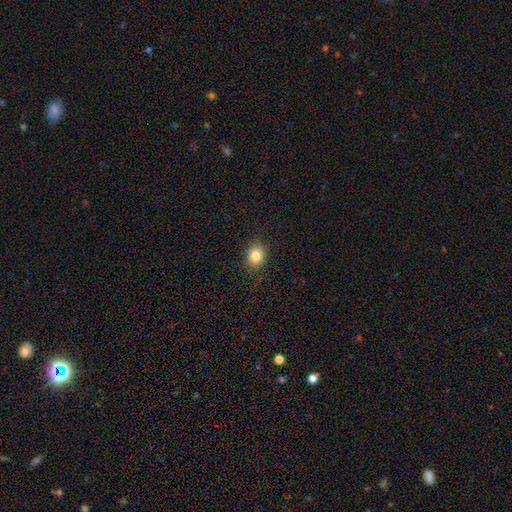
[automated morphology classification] Q: Smooth or featured?
A: smooth (83%); runner-up: star or artifact (10%)
Q: How rounded?
A: round (56%); runner-up: in between (43%)
Q: Merging?
A: none (85%); runner-up: minor disturbance (11%)